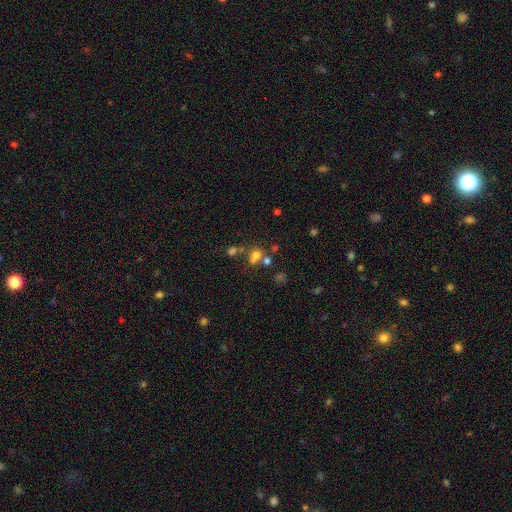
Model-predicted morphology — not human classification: Smooth or featured: smooth — 64% (star or artifact — 22%)
How rounded: round — 70% (in between — 28%)
Merging: none — 45% (merger — 38%)